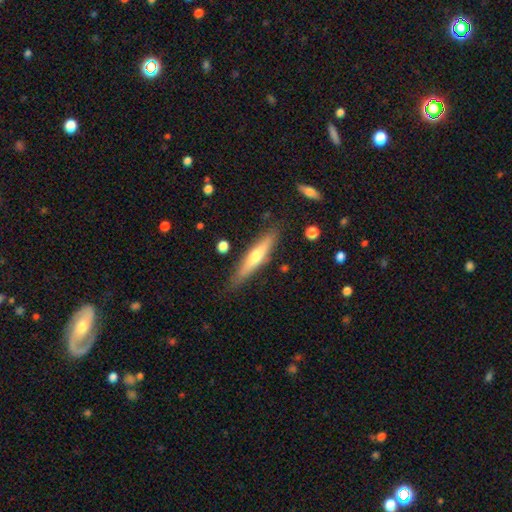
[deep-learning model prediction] smooth 48%, featured or disk 46%, star or artifact 6%. Down the decision tree: merging — none (83%).